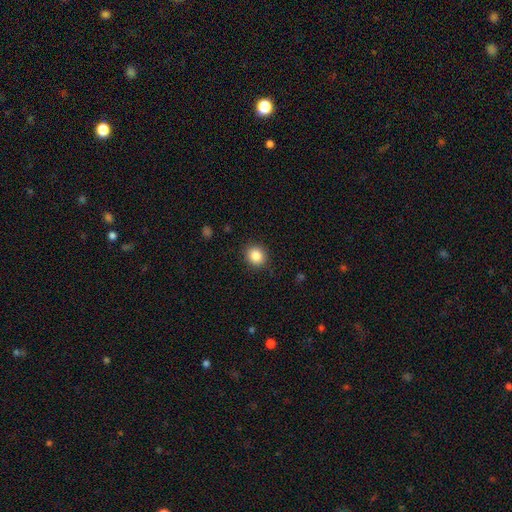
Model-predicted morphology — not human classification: smooth-or-featured: smooth: 85% | star or artifact: 10% | featured or disk: 5%
  how-rounded: round: 80% | in between: 20% | cigar-shaped: 1%
  merging: none: 89% | minor disturbance: 7% | major disturbance: 3% | merger: 1%